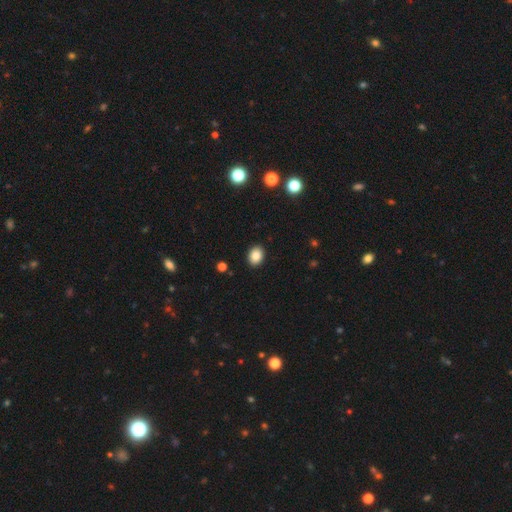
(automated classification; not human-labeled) smooth_or_featured: smooth (p=0.86) [alt: star or artifact p=0.09]
how_rounded: in between (p=0.62) [alt: round p=0.37]
merging: none (p=0.91) [alt: minor disturbance p=0.06]